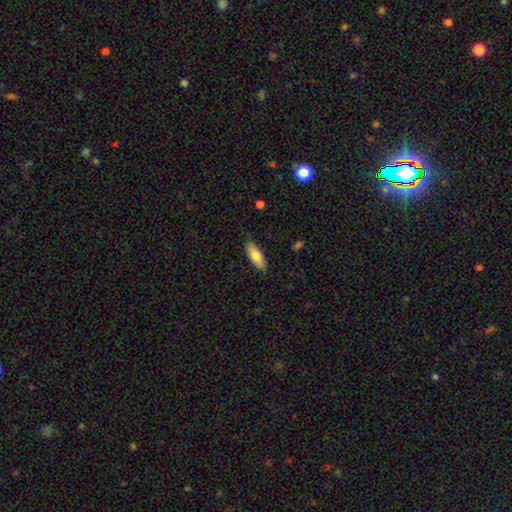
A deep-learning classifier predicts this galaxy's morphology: type=smooth (78%); roundness=in between (74%); merging=none (83%).